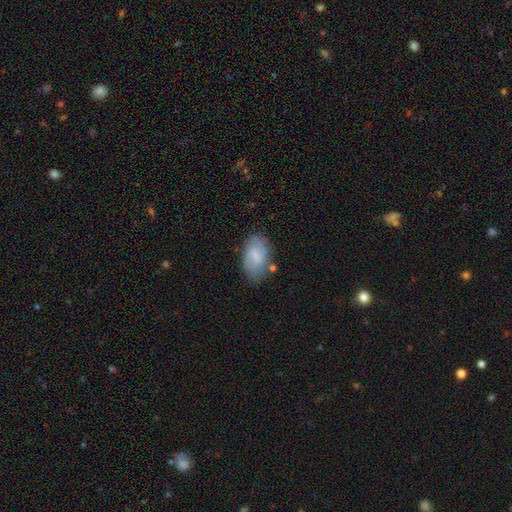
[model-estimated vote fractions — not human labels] Q: Smooth or featured?
A: smooth (66%); runner-up: featured or disk (27%)
Q: How rounded?
A: in between (93%); runner-up: round (5%)
Q: Merging?
A: none (67%); runner-up: minor disturbance (23%)